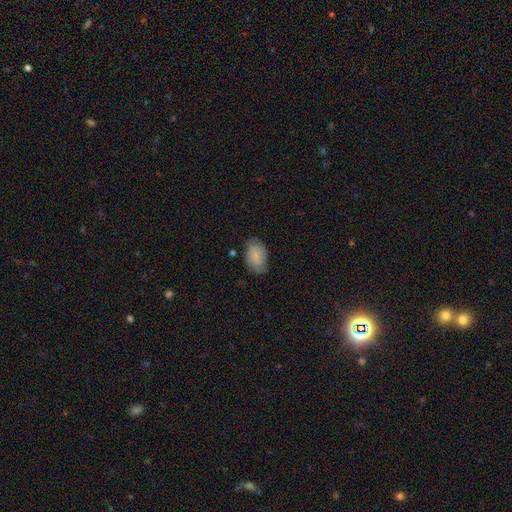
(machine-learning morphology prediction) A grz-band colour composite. It shows a smooth galaxy with no disk features (79%) that is in between round and cigar-shaped (90%). Merging: none (70%).